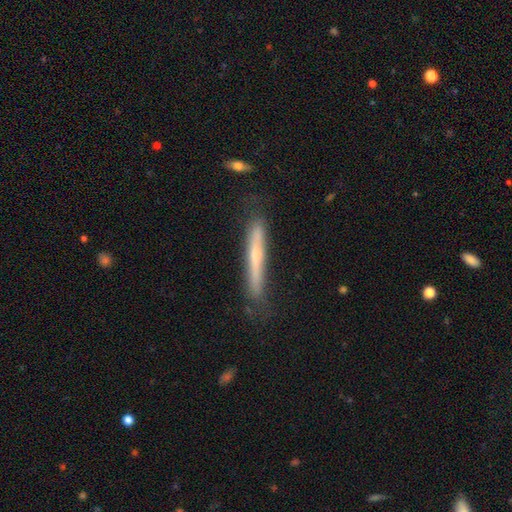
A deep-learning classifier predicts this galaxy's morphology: A smooth galaxy with no disk features (50%) that is cigar-shaped (96%).

Vote fractions:
- Smooth or featured? smooth: 50% / featured or disk: 43% / star or artifact: 6%
- How rounded? cigar-shaped: 96% / in between: 3% / round: 1%
- Merging? none: 75% / minor disturbance: 19% / major disturbance: 4% / merger: 3%